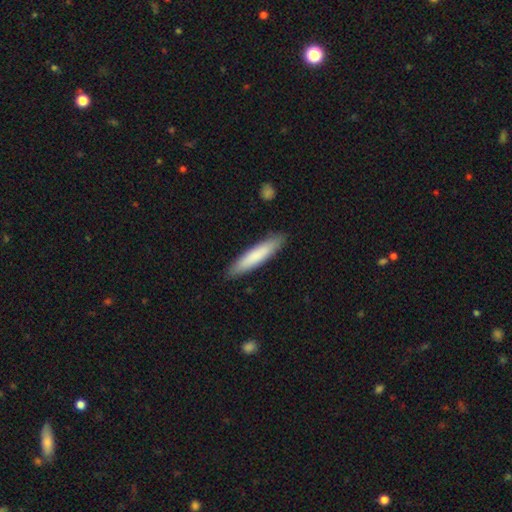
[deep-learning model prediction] Smooth or featured: smooth — 79% (featured or disk — 16%)
How rounded: cigar-shaped — 86% (in between — 13%)
Merging: none — 89% (minor disturbance — 9%)